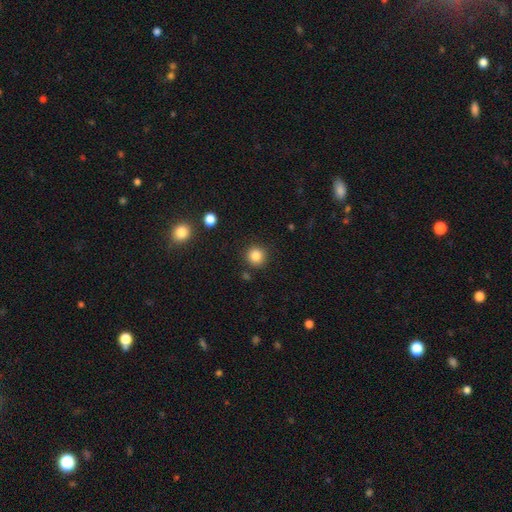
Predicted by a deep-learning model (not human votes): smooth 84%, star or artifact 11%, featured or disk 5%. Down the decision tree: how rounded — round (93%); merging — none (88%).